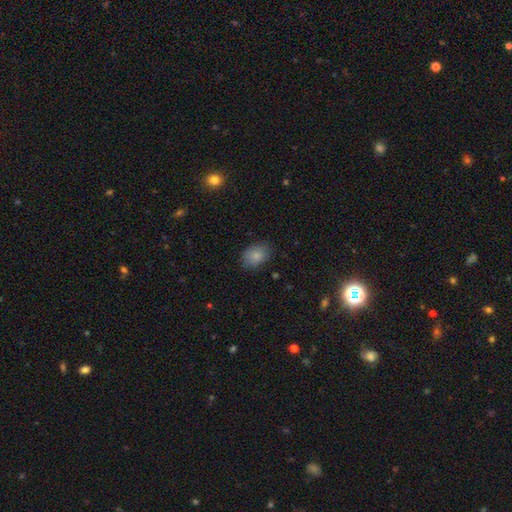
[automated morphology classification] This is clearly a smooth galaxy (85%). How rounded: likely in between (73%). Merging: clearly none (81%).